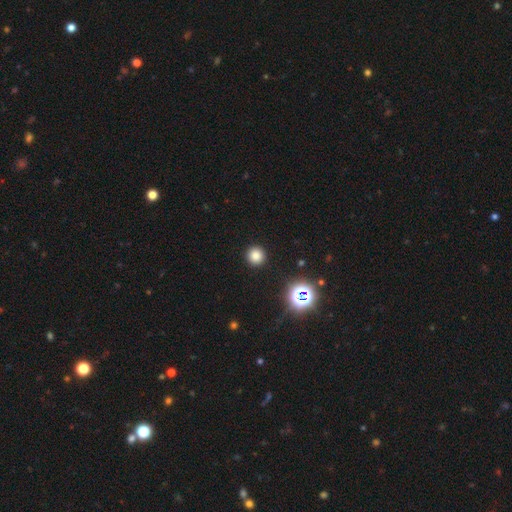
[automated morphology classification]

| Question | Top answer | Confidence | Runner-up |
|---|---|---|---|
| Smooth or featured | smooth | 79% | star or artifact (17%) |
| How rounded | round | 95% | in between (4%) |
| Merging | none | 92% | minor disturbance (5%) |